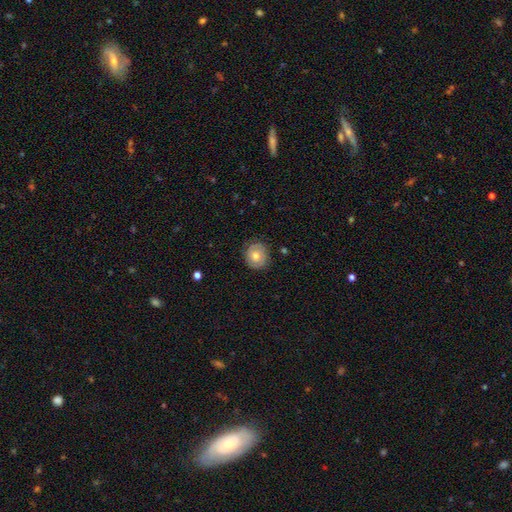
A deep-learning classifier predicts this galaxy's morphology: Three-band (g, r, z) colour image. It shows a smooth galaxy with no disk features (63%) that is round (88%). Merging: none (82%).